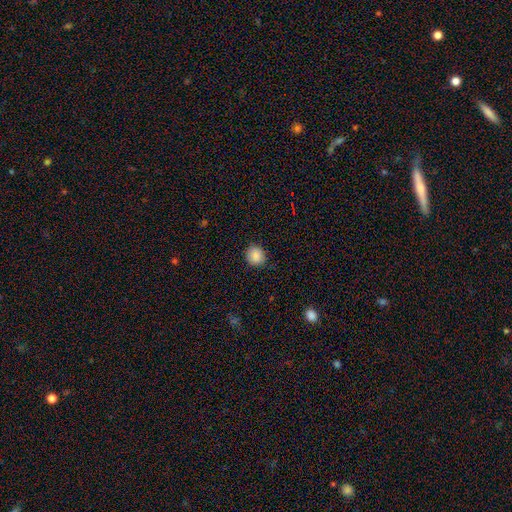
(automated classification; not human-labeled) This is clearly a smooth galaxy (89%). How rounded: likely round (77%). Merging: clearly none (87%).